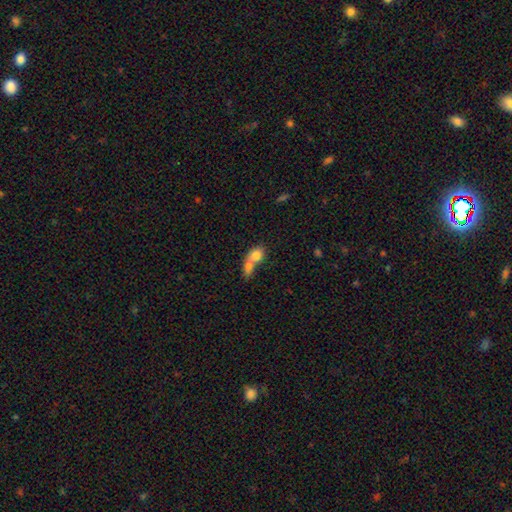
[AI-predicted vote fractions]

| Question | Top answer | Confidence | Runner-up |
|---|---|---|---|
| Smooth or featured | smooth | 74% | featured or disk (18%) |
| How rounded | in between | 54% | round (41%) |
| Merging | merger | 74% | none (15%) |